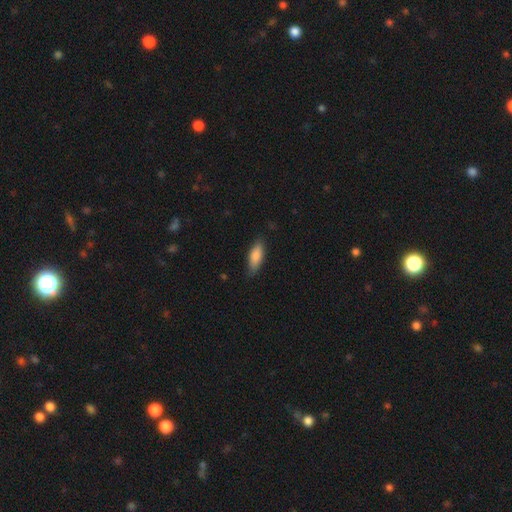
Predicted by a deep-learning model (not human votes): A smooth galaxy with no disk features (84%) that is in between round and cigar-shaped (70%).

Vote fractions:
- Smooth or featured? smooth: 84% / featured or disk: 10% / star or artifact: 6%
- How rounded? in between: 70% / cigar-shaped: 28% / round: 2%
- Merging? none: 80% / minor disturbance: 16% / major disturbance: 3% / merger: 1%